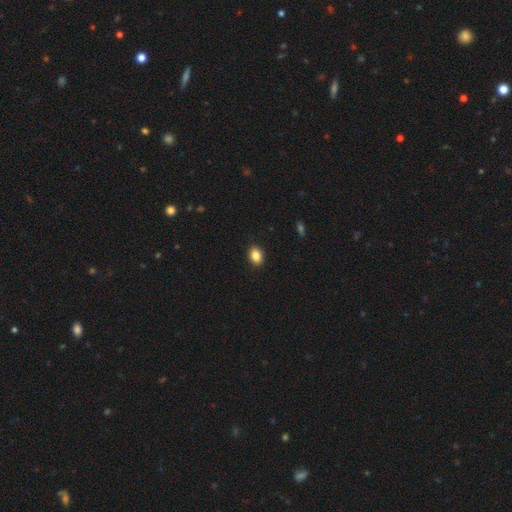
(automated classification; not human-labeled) Smooth or featured? smooth (86%)
How rounded? in between (69%)
Merging? none (90%)